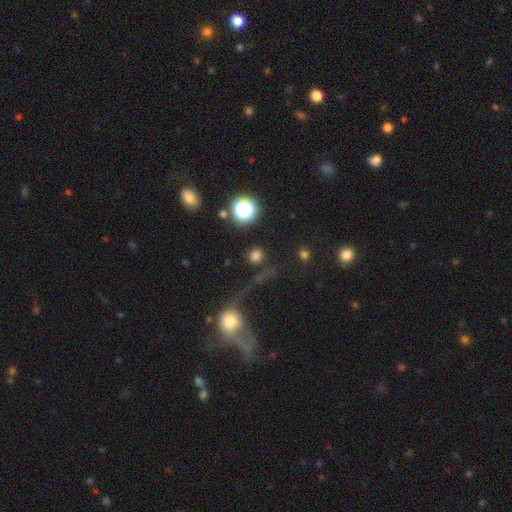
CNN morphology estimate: Overall: smooth (69%). How rounded: round (88%). Merging: none (72%).